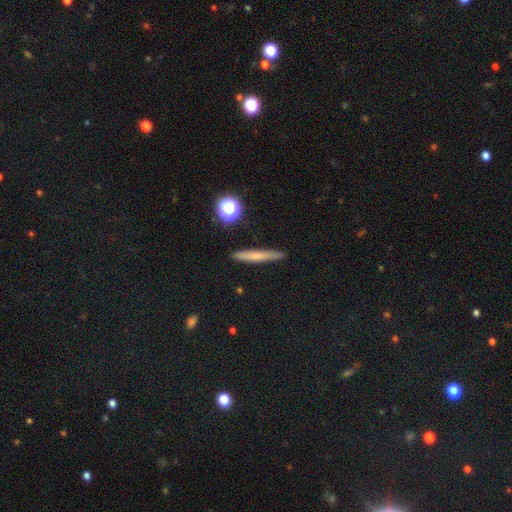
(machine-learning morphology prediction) The model was most divided on "smooth or featured": smooth: 60%, featured or disk: 30%, star or artifact: 10%. More confident: how rounded — cigar-shaped (93%); merging — none (89%).